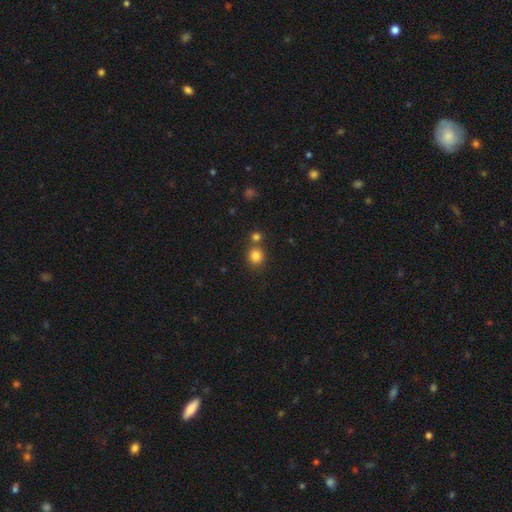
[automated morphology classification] smooth 83%, star or artifact 12%, featured or disk 5%. Down the decision tree: how rounded — round (88%); merging — none (69%).